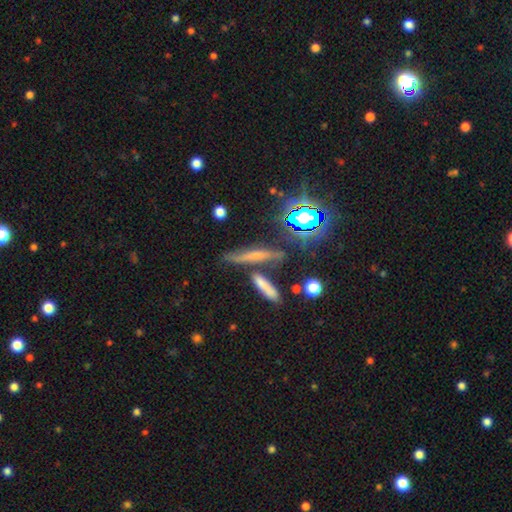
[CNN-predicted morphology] A smooth galaxy with no disk features (47%).

Vote fractions:
- Smooth or featured? smooth: 47% / featured or disk: 34% / star or artifact: 19%
- Merging? none: 63% / merger: 17% / minor disturbance: 14% / major disturbance: 6%